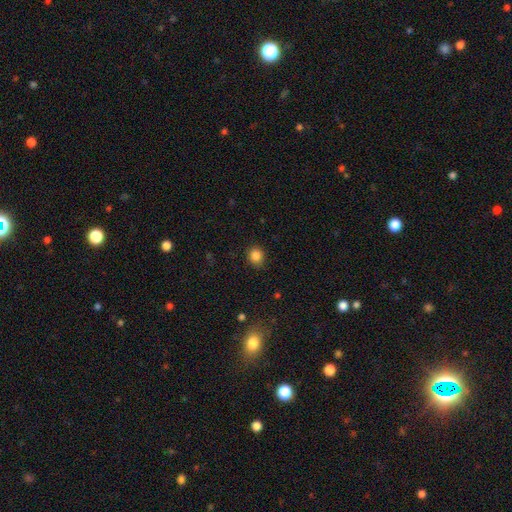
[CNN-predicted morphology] smooth 85%, star or artifact 11%, featured or disk 4%. Down the decision tree: how rounded — round (74%); merging — none (85%).